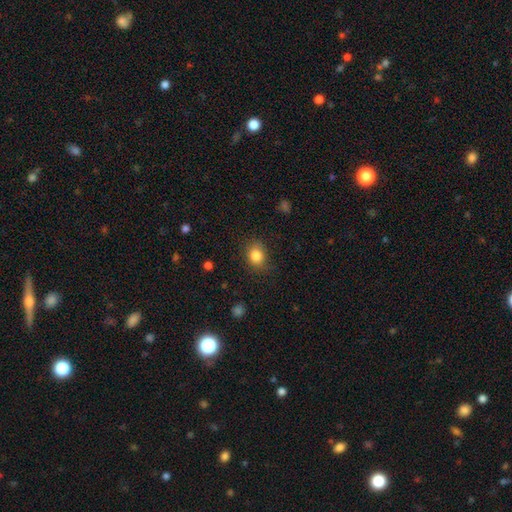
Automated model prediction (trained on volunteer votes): Smooth or featured? smooth (84%)
How rounded? round (63%)
Merging? none (76%)